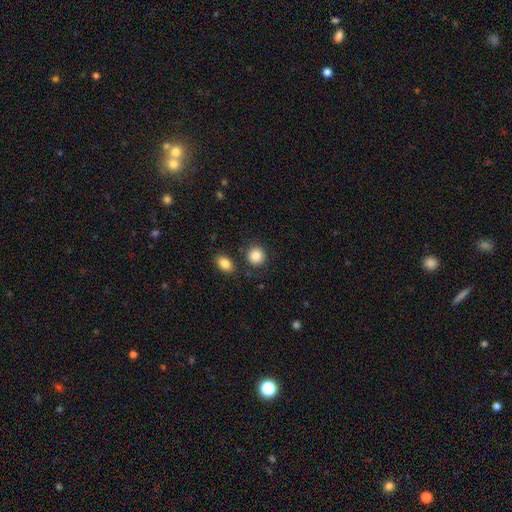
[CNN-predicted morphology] Smooth or featured: smooth — 87% (star or artifact — 9%)
How rounded: round — 86% (in between — 13%)
Merging: none — 81% (minor disturbance — 9%)